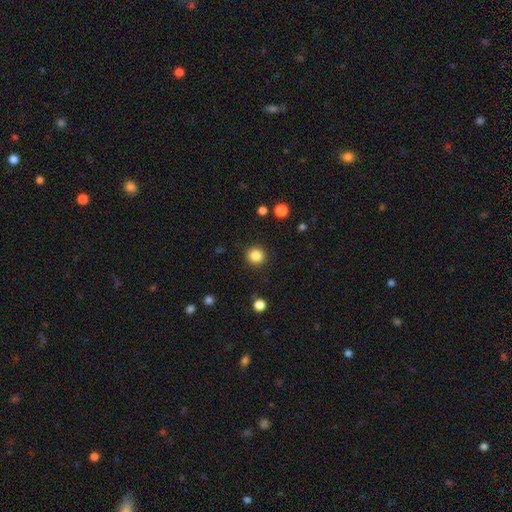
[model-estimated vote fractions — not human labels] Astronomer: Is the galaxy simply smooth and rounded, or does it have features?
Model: smooth — 85%.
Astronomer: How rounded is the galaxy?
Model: round — 93%.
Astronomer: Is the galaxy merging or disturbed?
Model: none — 91%.